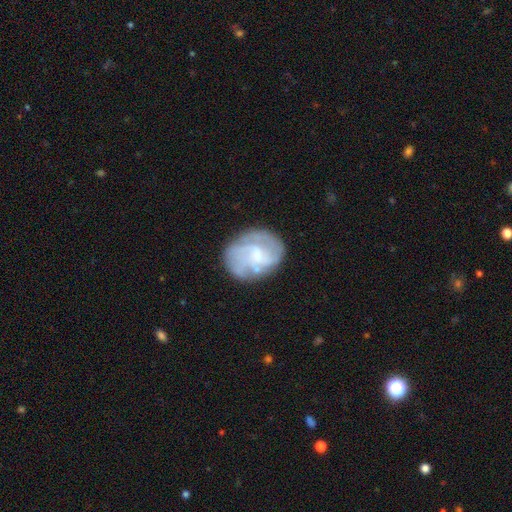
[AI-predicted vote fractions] Smooth or featured?
  - featured or disk: 65% *
  - smooth: 27%
  - star or artifact: 7%
Edge-on disk?
  - no: 98% *
  - yes: 2%
Bar?
  - no: 47% *
  - weak: 44%
  - strong: 9%
Spiral arms?
  - yes: 72% *
  - no: 28%
Bulge size?
  - small: 51% *
  - moderate: 27%
  - none: 19%
  - large: 3%
  - dominant: 1%
Merging?
  - none: 65% *
  - minor disturbance: 21%
  - major disturbance: 12%
  - merger: 3%